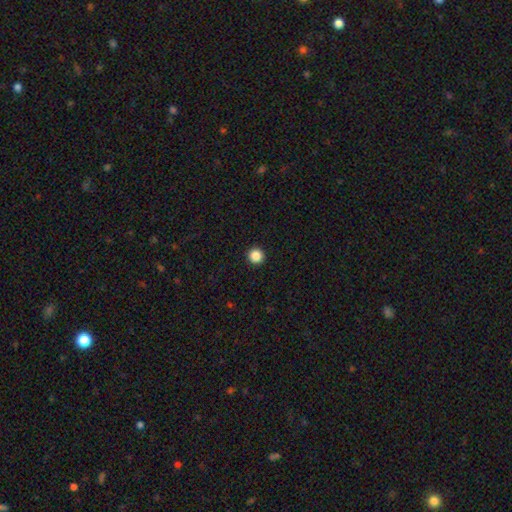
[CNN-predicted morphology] This is clearly a smooth galaxy (87%). How rounded: clearly round (96%). Merging: clearly none (94%).